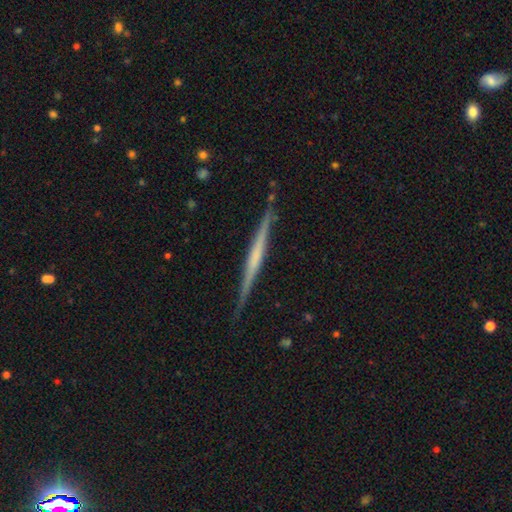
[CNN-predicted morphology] Smooth or featured? Predicted: featured or disk (p=0.68). Edge-on disk? Predicted: yes (p=0.98). Edge-on bulge? Predicted: none (p=0.66). Merging? Predicted: none (p=0.89).